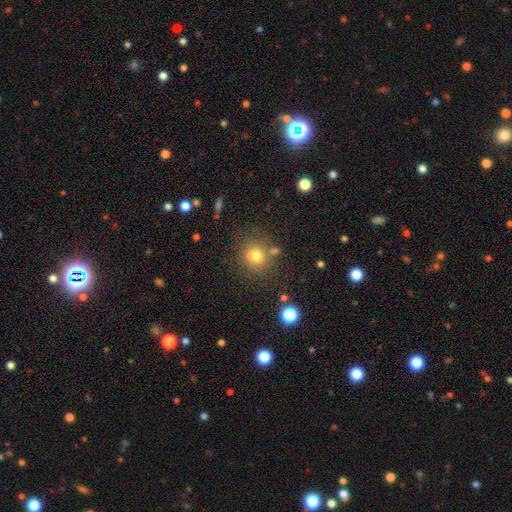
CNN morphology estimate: Smooth or featured: smooth — 70% (star or artifact — 17%)
How rounded: round — 83% (in between — 16%)
Merging: none — 64% (merger — 18%)